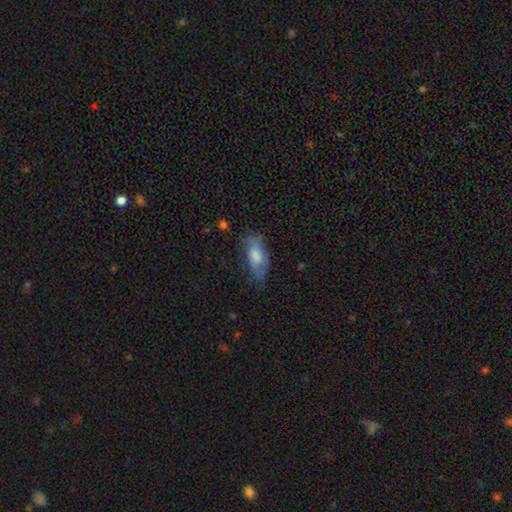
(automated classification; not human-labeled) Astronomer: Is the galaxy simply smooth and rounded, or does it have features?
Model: smooth — 61%.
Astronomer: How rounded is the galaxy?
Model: in between — 79%.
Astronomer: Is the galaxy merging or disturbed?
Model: none — 57%.